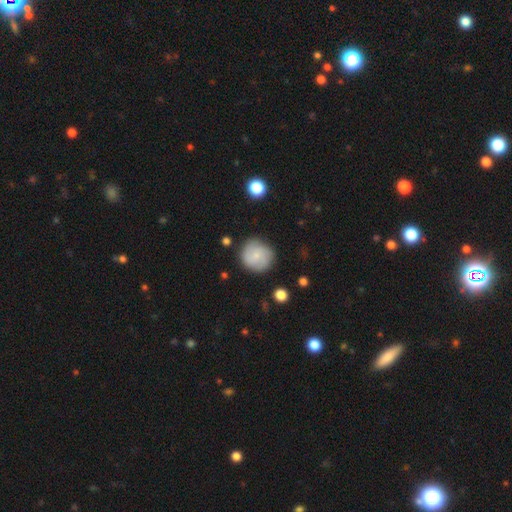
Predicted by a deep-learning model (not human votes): This is likely a smooth galaxy (67%). How rounded: clearly round (92%). Merging: likely none (79%).